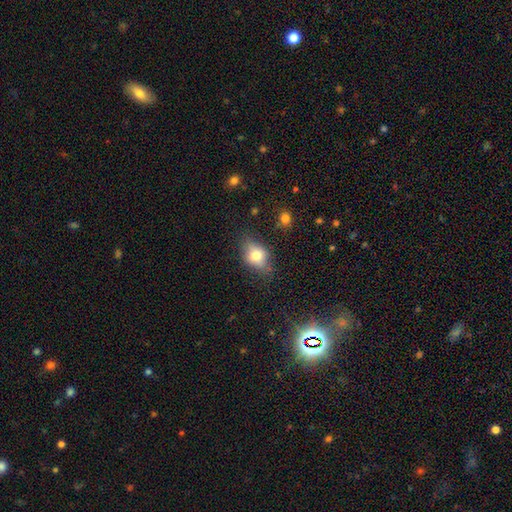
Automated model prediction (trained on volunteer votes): This is likely a smooth galaxy (67%). How rounded: likely in between (72%). Merging: likely none (67%).